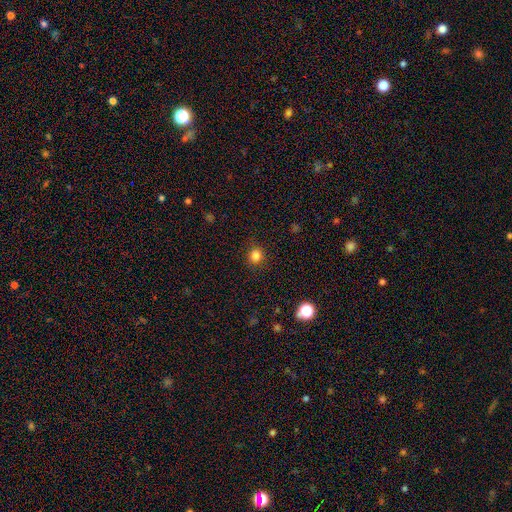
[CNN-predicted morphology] This appears to be a smooth galaxy with no disk features (83%) that is round (87%). Merging: none (88%).